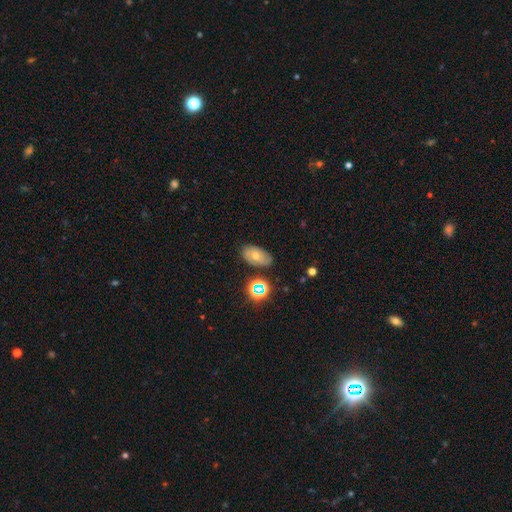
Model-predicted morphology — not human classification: smooth-or-featured: smooth: 42% | featured or disk: 32% | star or artifact: 26%
  merging: none: 75% | minor disturbance: 16% | merger: 5% | major disturbance: 4%